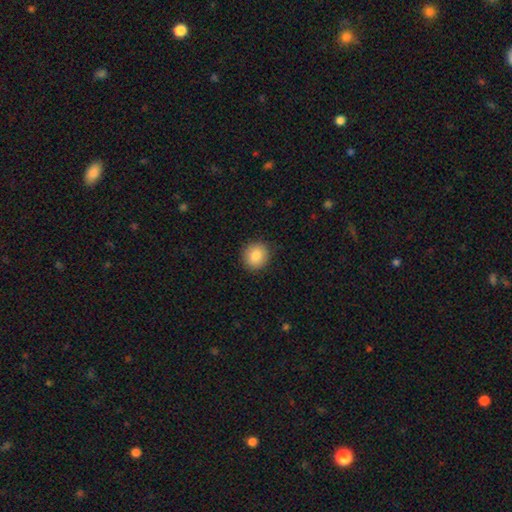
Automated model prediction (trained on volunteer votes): Smooth or featured? Predicted: smooth (p=0.84). How rounded? Predicted: round (p=0.87). Merging? Predicted: none (p=0.88).